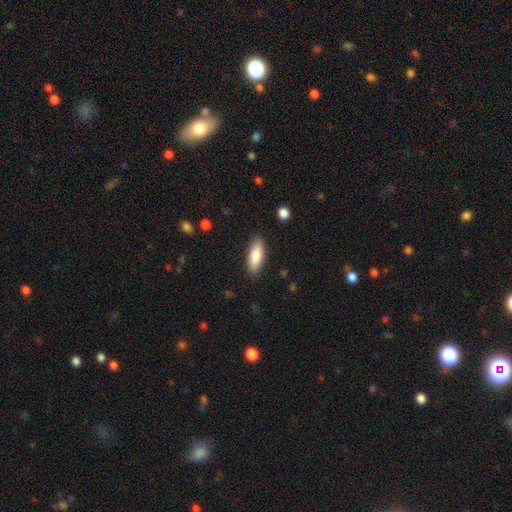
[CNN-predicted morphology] Smooth or featured? Predicted: smooth (p=0.84). How rounded? Predicted: in between (p=0.64). Merging? Predicted: none (p=0.87).